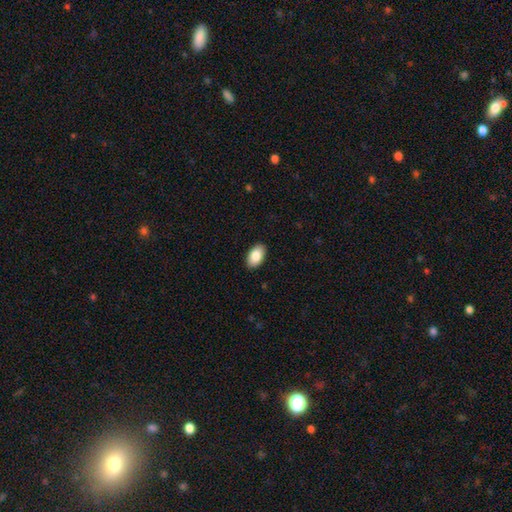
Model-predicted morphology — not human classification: Smooth or featured?
  - smooth: 87% *
  - featured or disk: 7%
  - star or artifact: 6%
How rounded?
  - in between: 94% *
  - round: 5%
  - cigar-shaped: 1%
Merging?
  - none: 89% *
  - minor disturbance: 8%
  - major disturbance: 2%
  - merger: 1%